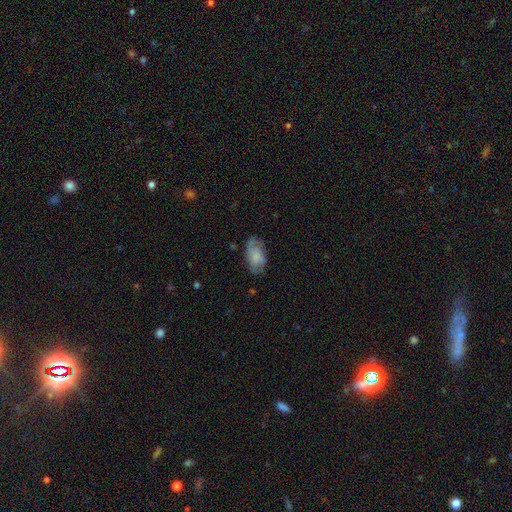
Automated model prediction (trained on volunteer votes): A smooth galaxy with no disk features (65%) that is in between round and cigar-shaped (93%).

Vote fractions:
- Smooth or featured? smooth: 65% / featured or disk: 28% / star or artifact: 8%
- How rounded? in between: 93% / round: 4% / cigar-shaped: 3%
- Merging? none: 63% / minor disturbance: 26% / major disturbance: 9% / merger: 2%